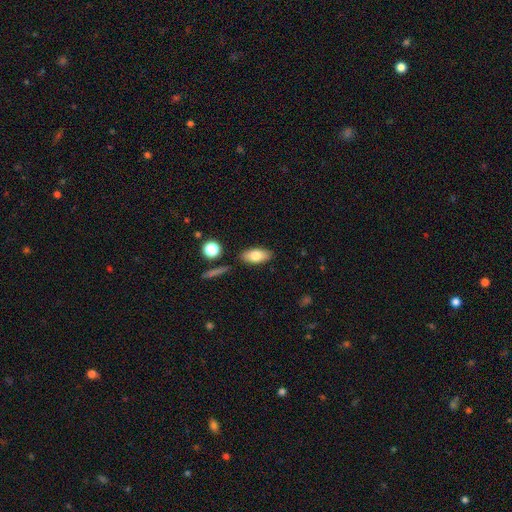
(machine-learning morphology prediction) Smooth or featured?
  - smooth: 79% *
  - featured or disk: 13%
  - star or artifact: 7%
How rounded?
  - in between: 88% *
  - cigar-shaped: 9%
  - round: 4%
Merging?
  - none: 82% *
  - minor disturbance: 11%
  - merger: 4%
  - major disturbance: 3%